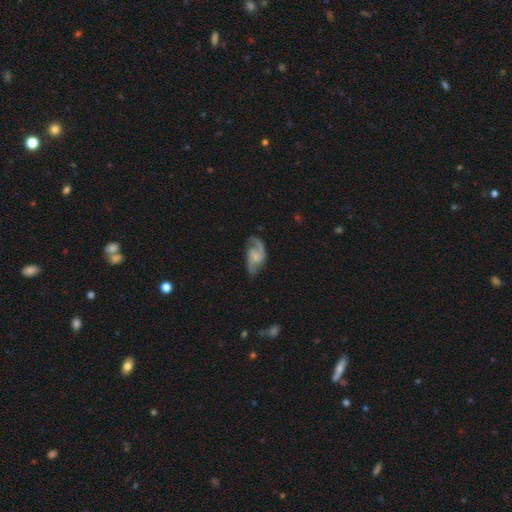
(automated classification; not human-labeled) Smooth or featured? Predicted: featured or disk (p=0.83). Edge-on disk? Predicted: no (p=0.97). Bar? Predicted: no (p=0.56). Spiral arms? Predicted: yes (p=0.96). Spiral winding? Predicted: medium (p=0.47). Spiral arm count? Predicted: 2 (p=0.88). Bulge size? Predicted: small (p=0.47). Merging? Predicted: none (p=0.68).